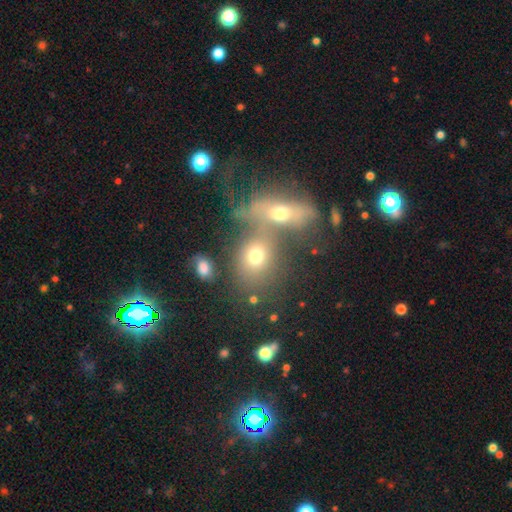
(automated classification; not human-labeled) smooth 68%, featured or disk 18%, star or artifact 14%. Down the decision tree: how rounded — in between (53%); merging — merger (59%).